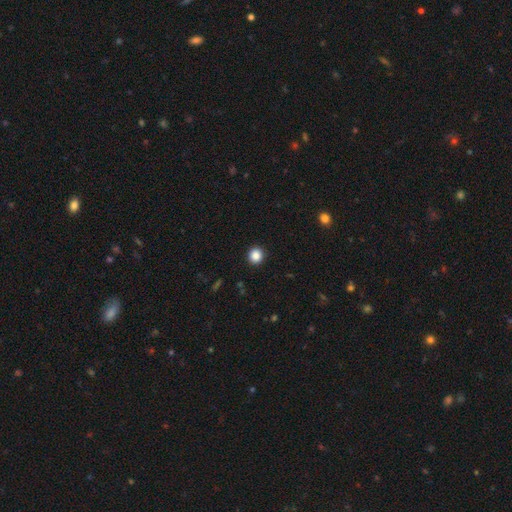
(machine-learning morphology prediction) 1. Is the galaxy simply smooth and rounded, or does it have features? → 86% smooth, 10% star or artifact, 3% featured or disk.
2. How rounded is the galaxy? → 92% round, 7% in between, 1% cigar-shaped.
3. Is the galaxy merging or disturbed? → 93% none, 4% minor disturbance, 2% major disturbance, 1% merger.